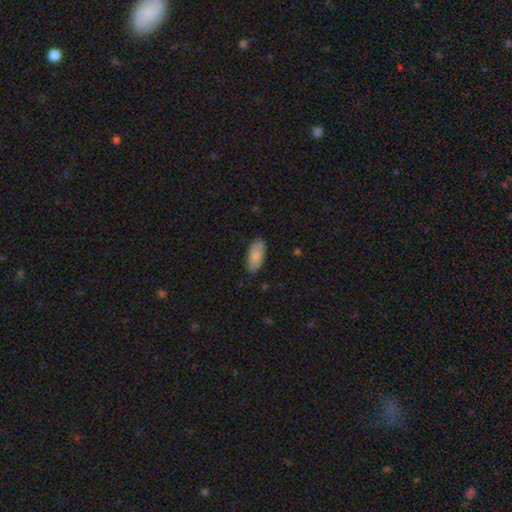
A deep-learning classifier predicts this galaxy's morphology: Q: Smooth or featured?
A: smooth (85%); runner-up: featured or disk (9%)
Q: How rounded?
A: in between (91%); runner-up: cigar-shaped (7%)
Q: Merging?
A: none (83%); runner-up: minor disturbance (14%)